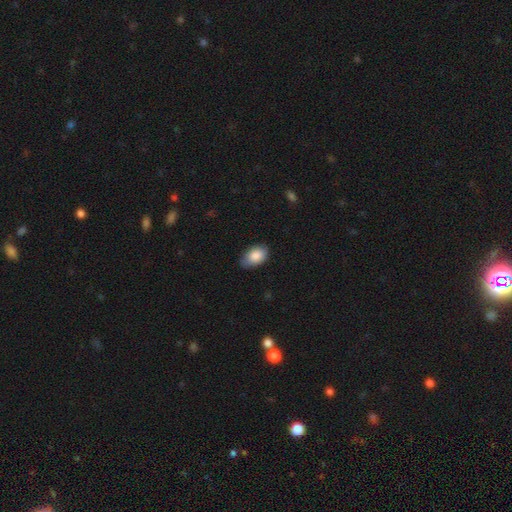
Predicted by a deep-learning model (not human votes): smooth-or-featured: smooth: 87% | featured or disk: 7% | star or artifact: 7%
  how-rounded: in between: 91% | round: 8% | cigar-shaped: 1%
  merging: none: 72% | minor disturbance: 24% | major disturbance: 3% | merger: 1%